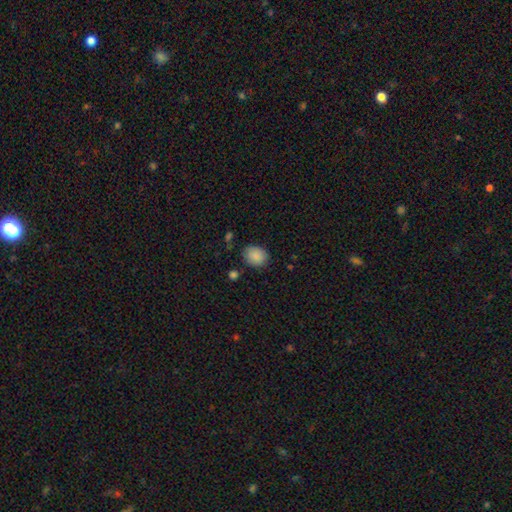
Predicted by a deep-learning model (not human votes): A smooth galaxy with no disk features (88%) that is round (53%). Merging: none (81%).